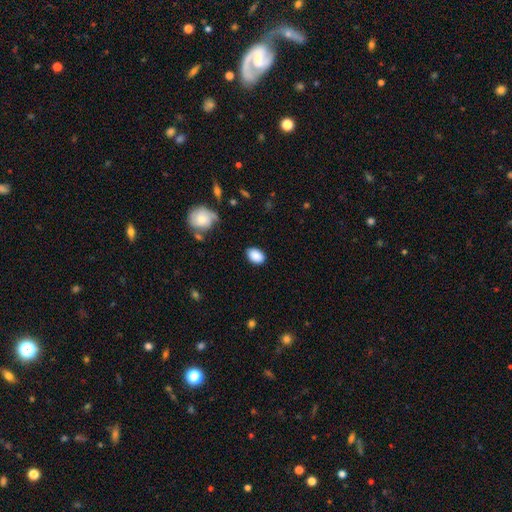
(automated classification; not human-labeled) Smooth or featured?
  - smooth: 89% *
  - star or artifact: 7%
  - featured or disk: 4%
How rounded?
  - in between: 82% *
  - round: 17%
  - cigar-shaped: 1%
Merging?
  - none: 85% *
  - minor disturbance: 11%
  - major disturbance: 3%
  - merger: 2%